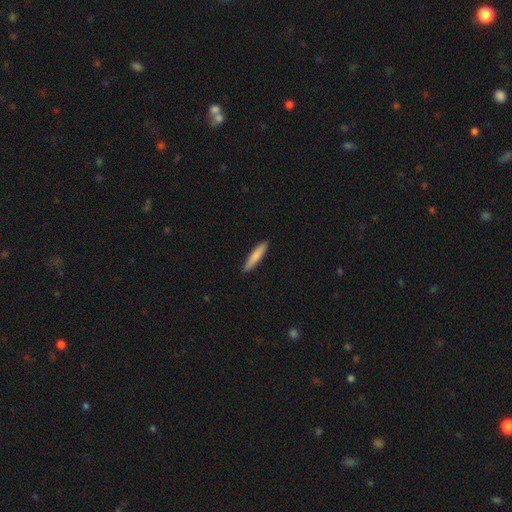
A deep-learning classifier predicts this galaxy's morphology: Overall: smooth (81%). How rounded: cigar-shaped (87%). Merging: none (90%).